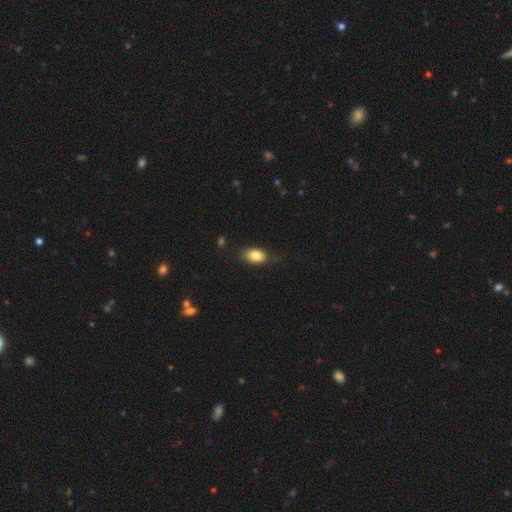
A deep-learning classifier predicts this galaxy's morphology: Q: Smooth or featured?
A: smooth (82%); runner-up: featured or disk (9%)
Q: How rounded?
A: in between (86%); runner-up: round (12%)
Q: Merging?
A: none (79%); runner-up: minor disturbance (17%)